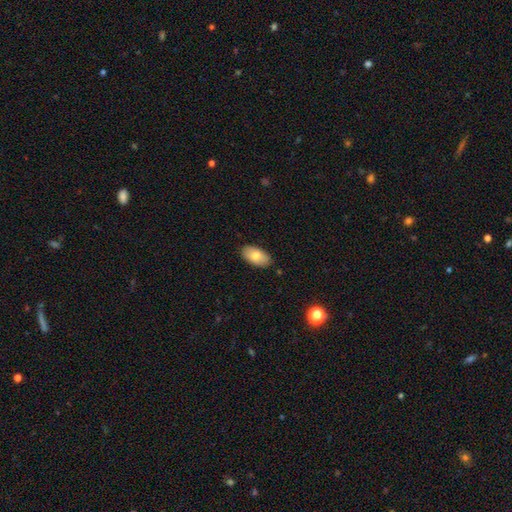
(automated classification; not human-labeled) Smooth or featured? Predicted: smooth (p=0.80). How rounded? Predicted: in between (p=0.94). Merging? Predicted: none (p=0.86).